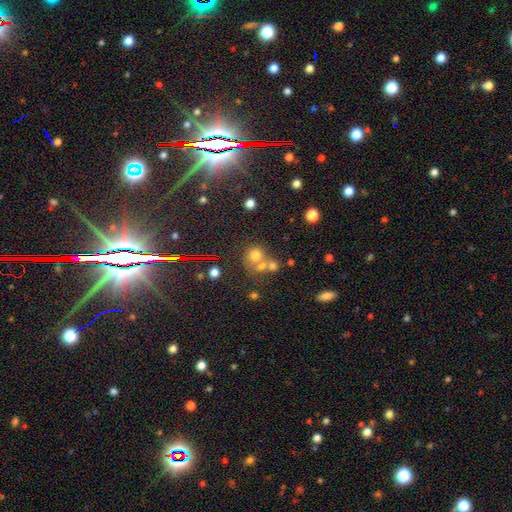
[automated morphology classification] A smooth galaxy with no disk features (61%) that is round (84%). Merging: merger (45%).